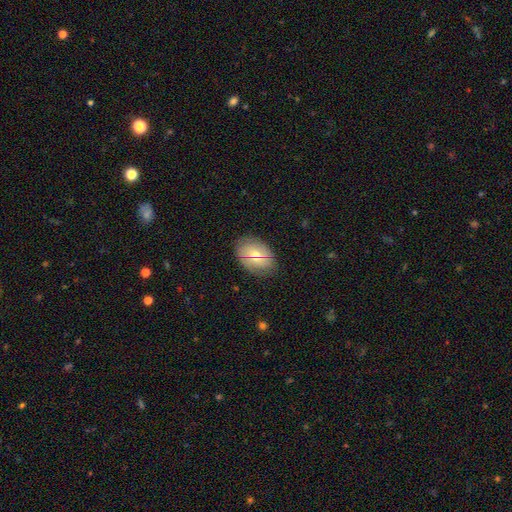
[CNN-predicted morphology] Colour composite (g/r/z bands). It shows a smooth galaxy with no disk features (59%) that is in between round and cigar-shaped (79%). Merging: none (83%).